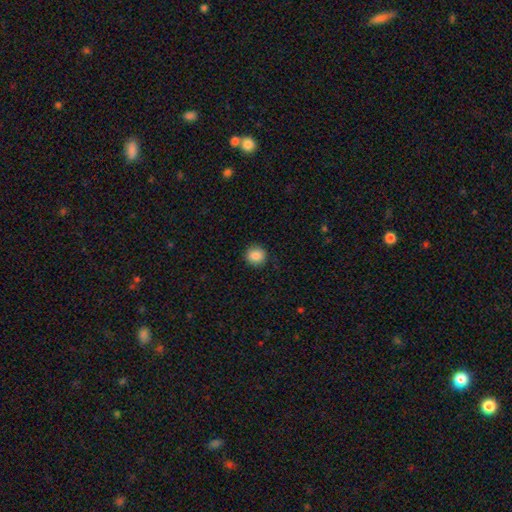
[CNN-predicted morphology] Smooth or featured: smooth — 87% (star or artifact — 9%)
How rounded: round — 89% (in between — 10%)
Merging: none — 90% (minor disturbance — 7%)